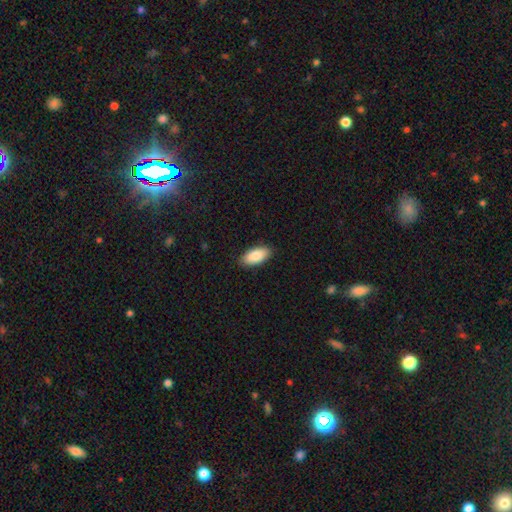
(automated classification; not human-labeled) Smooth or featured?
  - smooth: 87% *
  - featured or disk: 7%
  - star or artifact: 6%
How rounded?
  - in between: 92% *
  - cigar-shaped: 6%
  - round: 2%
Merging?
  - none: 89% *
  - minor disturbance: 8%
  - major disturbance: 2%
  - merger: 1%